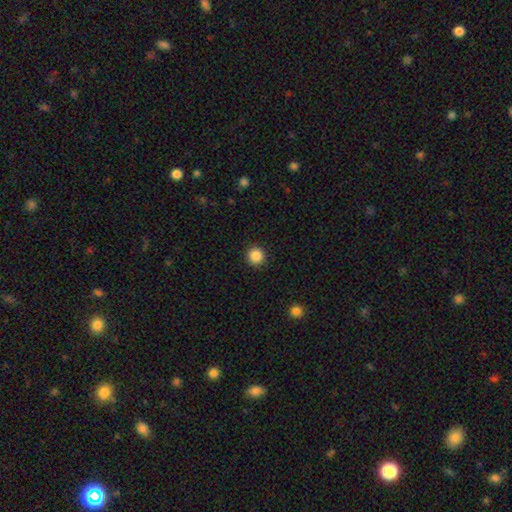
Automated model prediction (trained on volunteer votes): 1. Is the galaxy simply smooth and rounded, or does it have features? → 87% smooth, 10% star or artifact, 3% featured or disk.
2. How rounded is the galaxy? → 94% round, 5% in between, 1% cigar-shaped.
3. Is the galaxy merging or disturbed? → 92% none, 5% minor disturbance, 2% major disturbance, 1% merger.